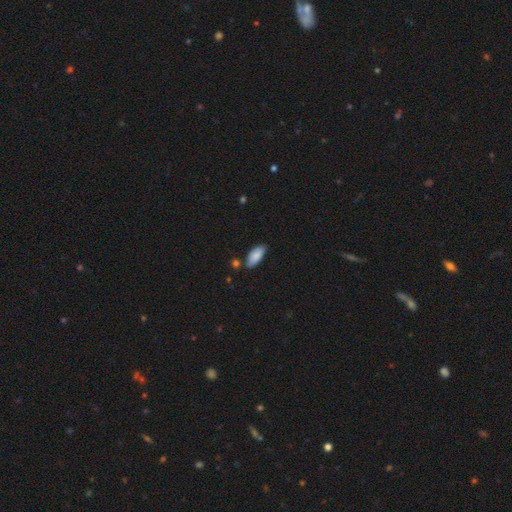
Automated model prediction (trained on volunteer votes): A smooth galaxy with no disk features (86%) that is in between round and cigar-shaped (88%).

Vote fractions:
- Smooth or featured? smooth: 86% / featured or disk: 8% / star or artifact: 6%
- How rounded? in between: 88% / cigar-shaped: 11% / round: 2%
- Merging? none: 75% / minor disturbance: 16% / merger: 6% / major disturbance: 3%